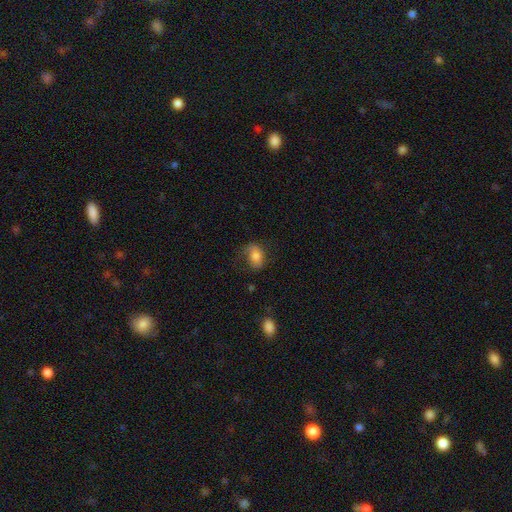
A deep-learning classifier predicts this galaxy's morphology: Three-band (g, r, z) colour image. It shows a smooth galaxy with no disk features (73%) that is in between round and cigar-shaped (76%). Merging: none (61%).